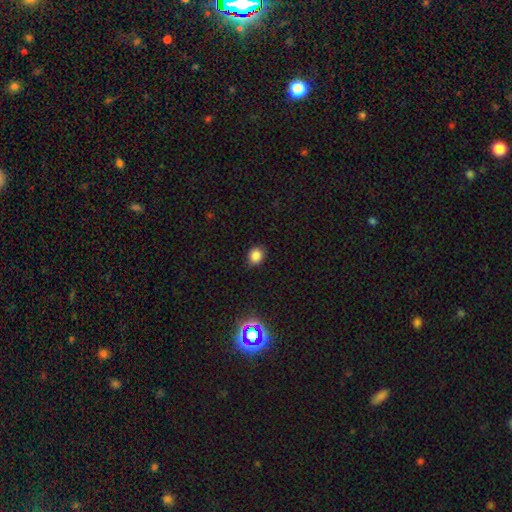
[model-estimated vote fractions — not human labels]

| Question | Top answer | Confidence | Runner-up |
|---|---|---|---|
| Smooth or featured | smooth | 82% | star or artifact (13%) |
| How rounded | round | 71% | in between (28%) |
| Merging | none | 83% | minor disturbance (13%) |